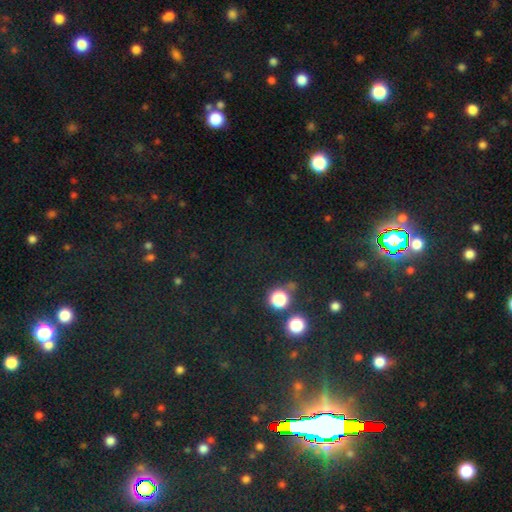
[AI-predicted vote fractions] Smooth or featured: star or artifact — 78% (smooth — 14%)